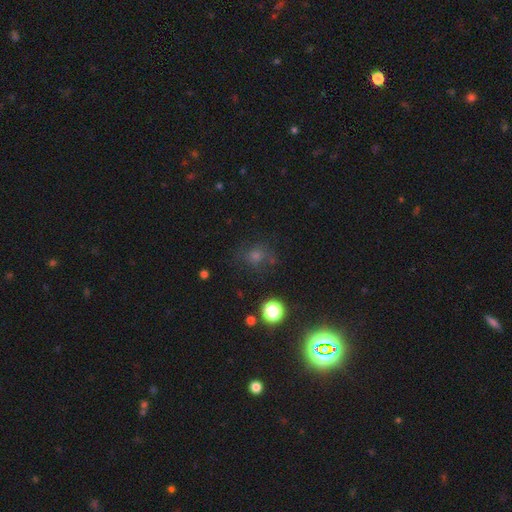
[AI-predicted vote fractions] Q: Smooth or featured?
A: smooth (44%); runner-up: star or artifact (42%)
Q: Merging?
A: none (71%); runner-up: minor disturbance (16%)